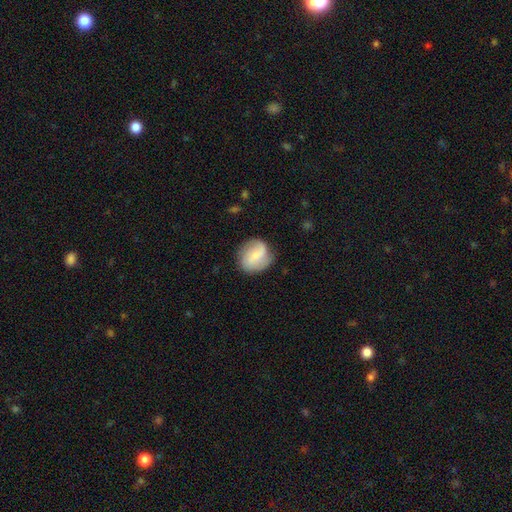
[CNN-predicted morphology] A featured or disk galaxy (57%) with a weak bar (50%), spiral arms (90%) and a small central bulge (57%). Merging: none (74%).